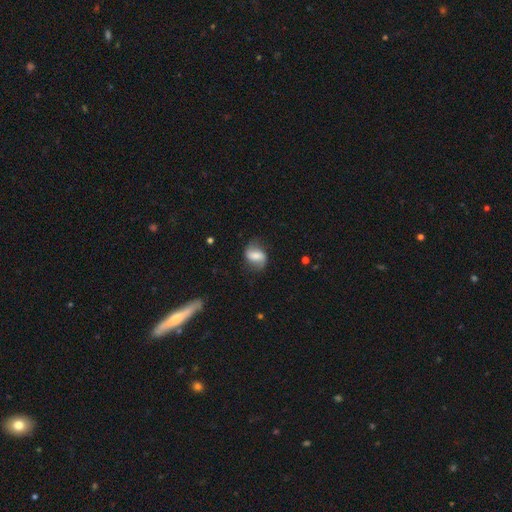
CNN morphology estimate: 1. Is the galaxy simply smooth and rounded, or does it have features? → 46% featured or disk, 45% smooth, 8% star or artifact.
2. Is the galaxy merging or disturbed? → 70% none, 20% minor disturbance, 8% major disturbance, 1% merger.